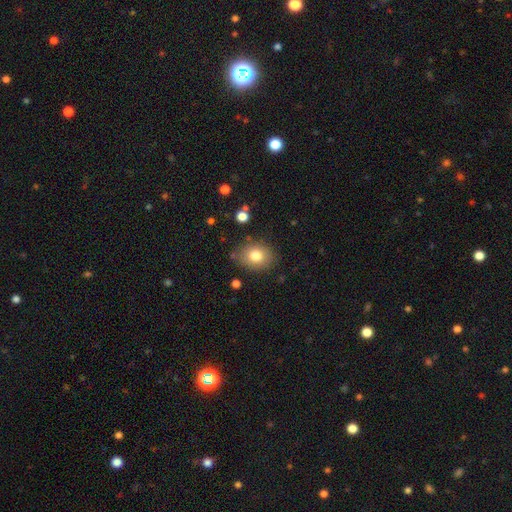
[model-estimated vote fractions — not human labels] Smooth or featured: smooth — 80% (featured or disk — 10%)
How rounded: round — 50% (in between — 49%)
Merging: none — 80% (minor disturbance — 14%)